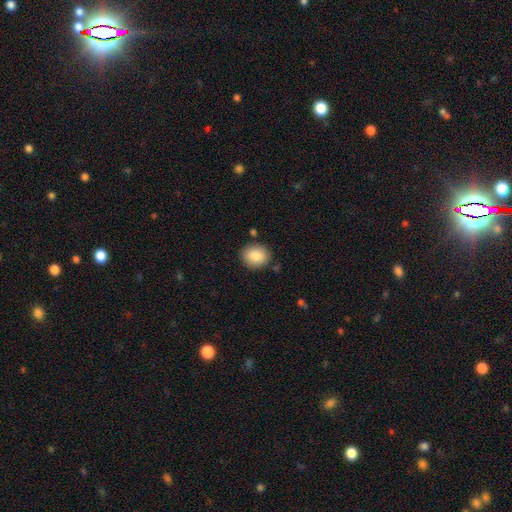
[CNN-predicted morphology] Smooth or featured? Predicted: smooth (p=0.85). How rounded? Predicted: round (p=0.67). Merging? Predicted: none (p=0.85).